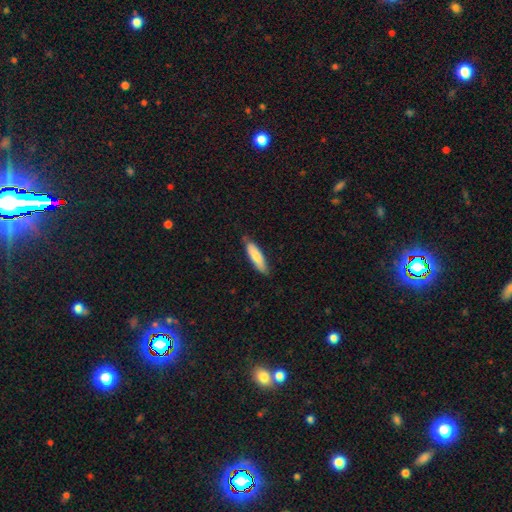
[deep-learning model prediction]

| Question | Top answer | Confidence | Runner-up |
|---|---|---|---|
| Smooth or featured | smooth | 77% | featured or disk (17%) |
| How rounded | cigar-shaped | 68% | in between (30%) |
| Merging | none | 77% | minor disturbance (19%) |